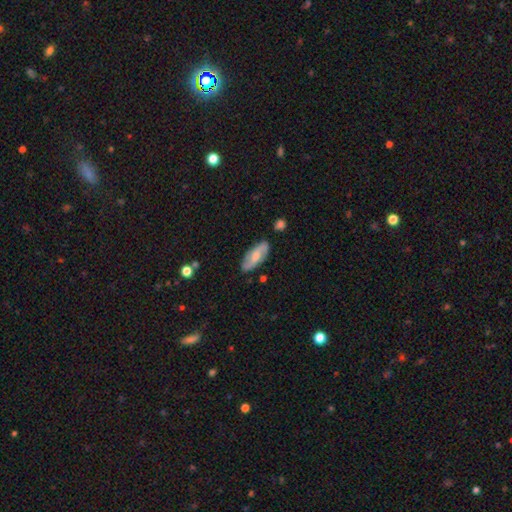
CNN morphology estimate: type=featured or disk (52%); edge-on=no (88%); merging=none (81%).